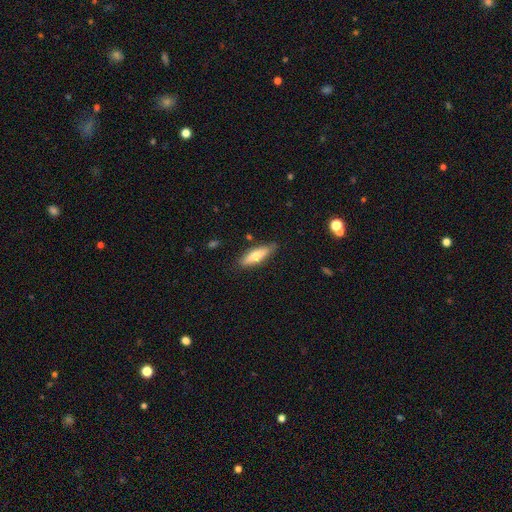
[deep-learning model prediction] This appears to be a smooth galaxy with no disk features (59%) that is cigar-shaped (55%). Merging: none (83%).